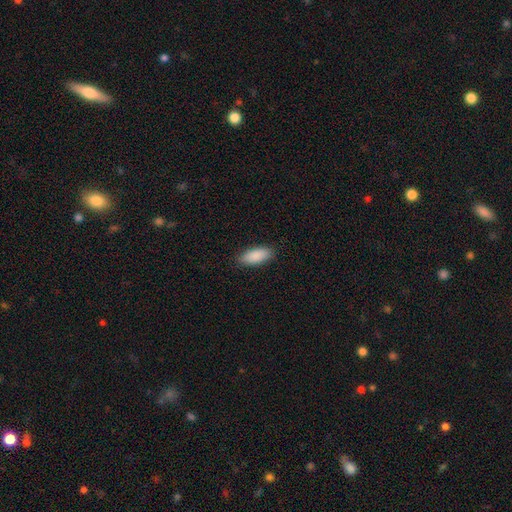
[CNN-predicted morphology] Smooth or featured: smooth — 90% (star or artifact — 6%)
How rounded: in between — 82% (cigar-shaped — 16%)
Merging: none — 87% (minor disturbance — 10%)